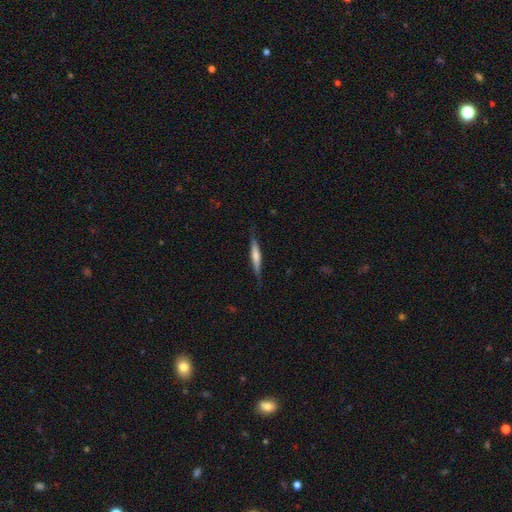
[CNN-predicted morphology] Smooth or featured? Predicted: smooth (p=0.52). How rounded? Predicted: cigar-shaped (p=0.92). Merging? Predicted: none (p=0.82).